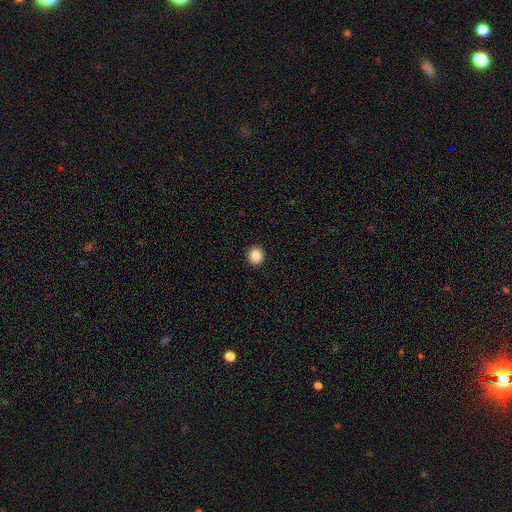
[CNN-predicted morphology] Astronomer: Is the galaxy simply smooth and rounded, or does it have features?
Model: smooth — 86%.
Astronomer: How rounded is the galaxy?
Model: round — 91%.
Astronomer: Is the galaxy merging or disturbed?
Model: none — 93%.